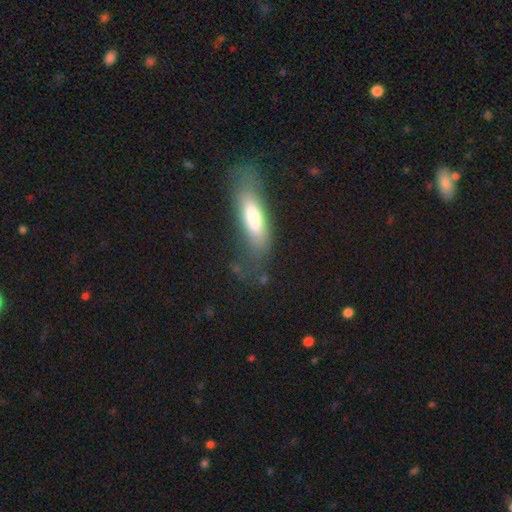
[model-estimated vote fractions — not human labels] A smooth galaxy with no disk features (51%) that is cigar-shaped (54%).

Vote fractions:
- Smooth or featured? smooth: 51% / featured or disk: 38% / star or artifact: 11%
- How rounded? cigar-shaped: 54% / in between: 43% / round: 2%
- Merging? none: 62% / minor disturbance: 23% / major disturbance: 13% / merger: 2%